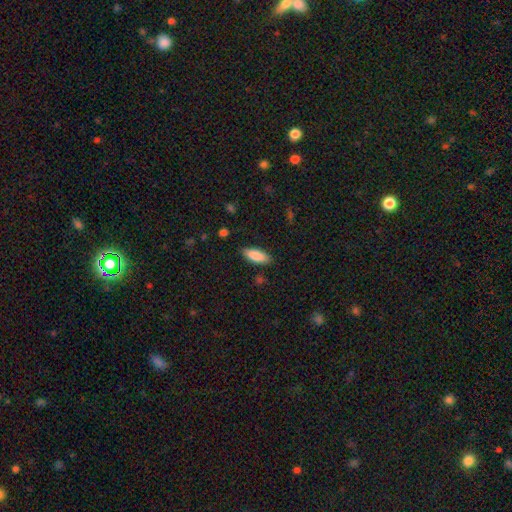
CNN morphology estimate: Smooth or featured? Predicted: smooth (p=0.88). How rounded? Predicted: in between (p=0.76). Merging? Predicted: none (p=0.86).